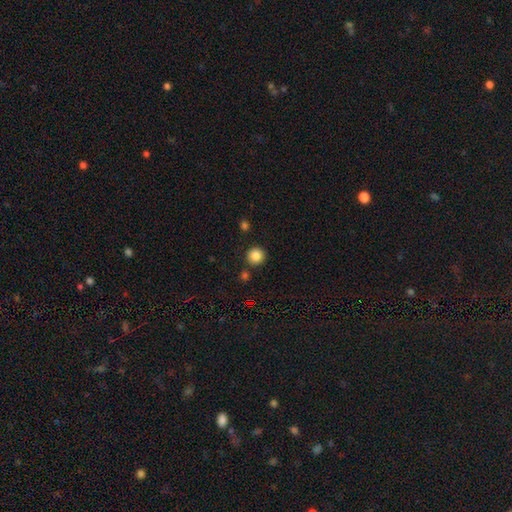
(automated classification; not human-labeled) smooth-or-featured: smooth: 85% | star or artifact: 11% | featured or disk: 4%
  how-rounded: round: 95% | in between: 4% | cigar-shaped: 1%
  merging: none: 88% | minor disturbance: 6% | merger: 4% | major disturbance: 2%